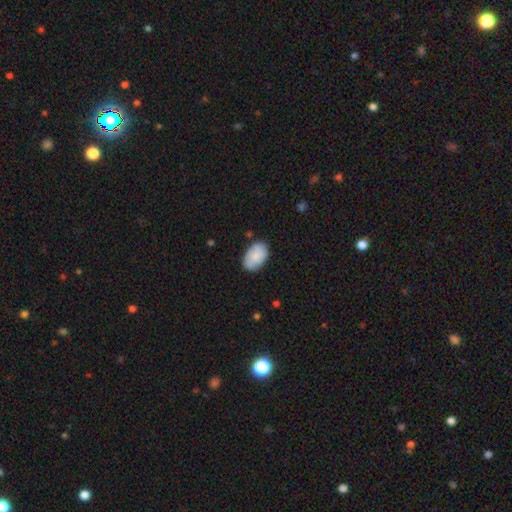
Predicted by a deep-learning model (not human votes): Smooth or featured?
  - smooth: 82% *
  - featured or disk: 12%
  - star or artifact: 6%
How rounded?
  - in between: 92% *
  - round: 7%
  - cigar-shaped: 1%
Merging?
  - none: 78% *
  - minor disturbance: 17%
  - major disturbance: 3%
  - merger: 2%